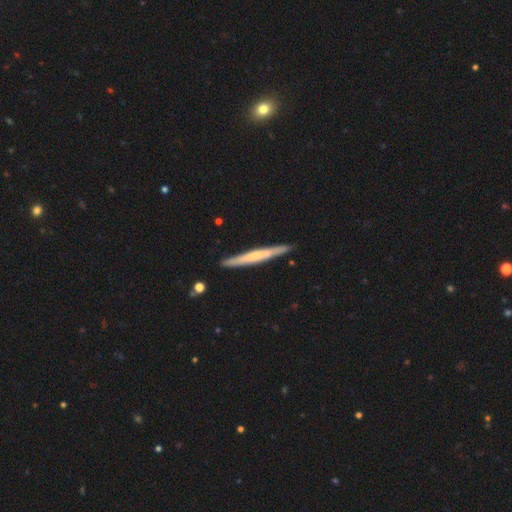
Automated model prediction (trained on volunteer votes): Smooth or featured?
  - featured or disk: 51% *
  - smooth: 44%
  - star or artifact: 5%
Edge-on disk?
  - yes: 95% *
  - no: 5%
Merging?
  - none: 88% *
  - minor disturbance: 9%
  - merger: 2%
  - major disturbance: 1%